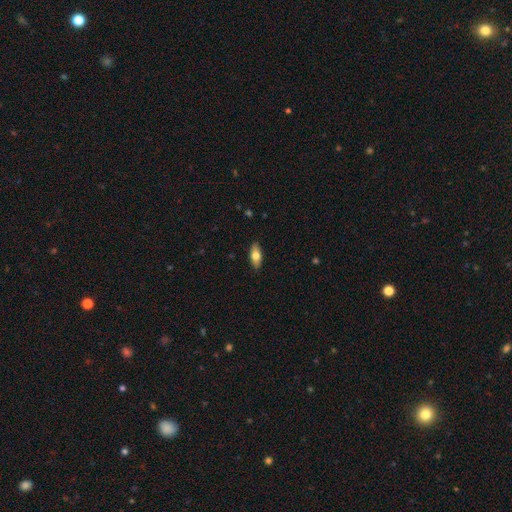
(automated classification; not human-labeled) Smooth or featured: smooth — 69% (featured or disk — 25%)
How rounded: in between — 80% (cigar-shaped — 17%)
Merging: none — 88% (minor disturbance — 9%)